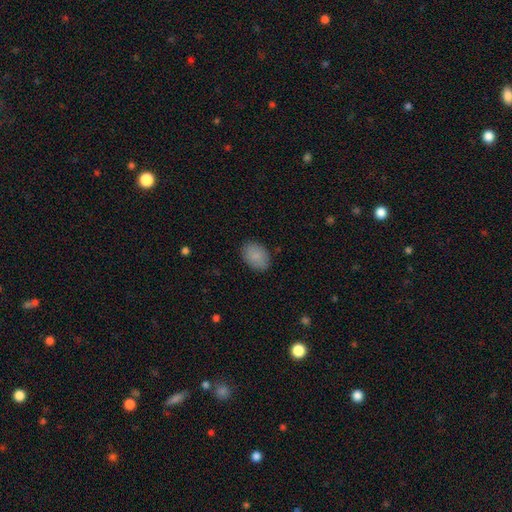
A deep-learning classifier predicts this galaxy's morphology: type=smooth (86%); roundness=in between (80%); merging=none (85%).